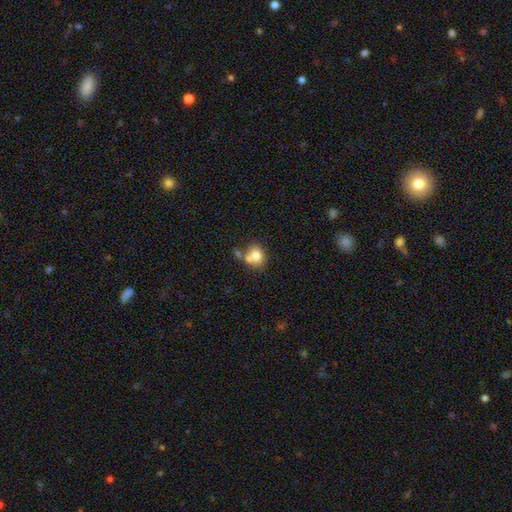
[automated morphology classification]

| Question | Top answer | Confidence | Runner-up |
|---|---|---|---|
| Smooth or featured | smooth | 76% | featured or disk (15%) |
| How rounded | round | 64% | in between (35%) |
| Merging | none | 44% | merger (37%) |